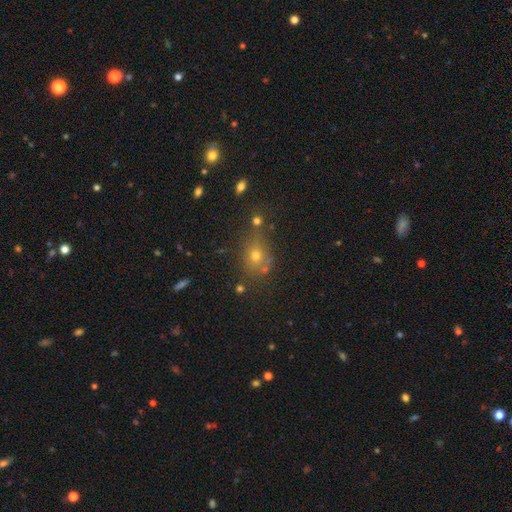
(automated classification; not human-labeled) Overall: smooth (62%; star or artifact 25%). How rounded: round (58%; in between 40%). Merging: none (64%).